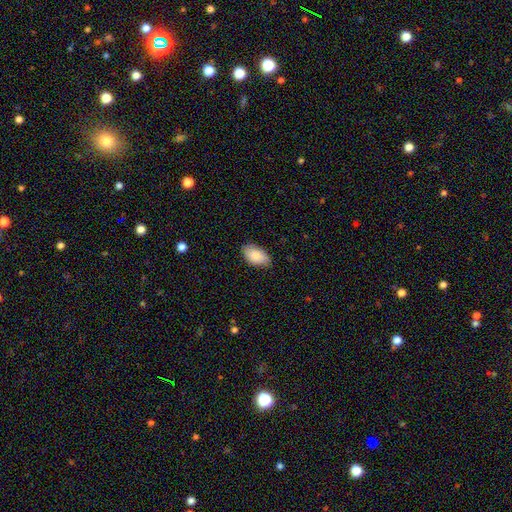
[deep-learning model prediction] The model was most divided on "merging": none: 82%, minor disturbance: 14%, major disturbance: 2%, merger: 1%. More confident: how rounded — in between (95%); smooth or featured — smooth (86%).